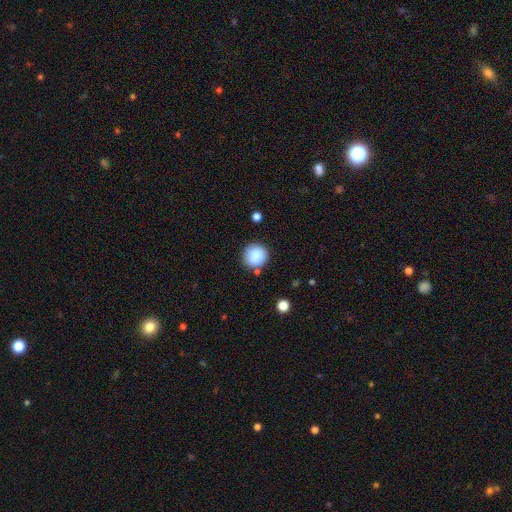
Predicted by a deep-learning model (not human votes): Smooth or featured?
  - smooth: 85% *
  - star or artifact: 8%
  - featured or disk: 6%
How rounded?
  - round: 89% *
  - in between: 10%
  - cigar-shaped: 1%
Merging?
  - none: 78% *
  - minor disturbance: 13%
  - merger: 5%
  - major disturbance: 3%